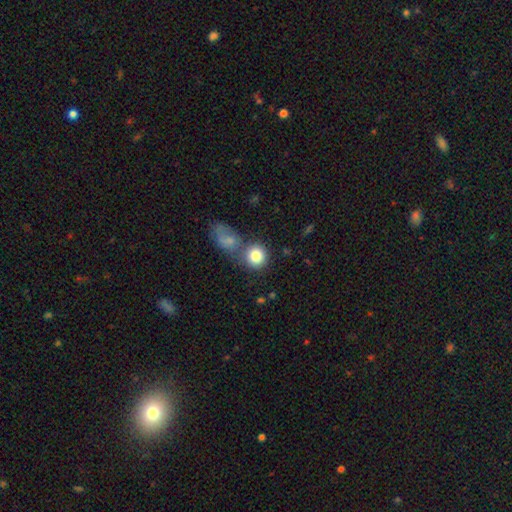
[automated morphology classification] smooth 82%, featured or disk 9%, star or artifact 9%. Down the decision tree: how rounded — round (86%); merging — none (56%).